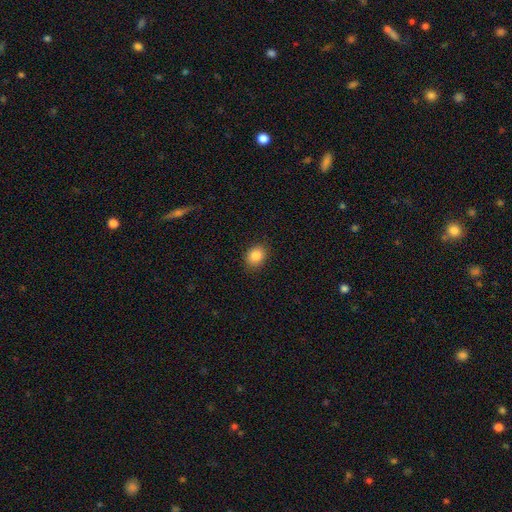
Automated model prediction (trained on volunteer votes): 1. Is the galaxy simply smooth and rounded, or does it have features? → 86% smooth, 9% star or artifact, 5% featured or disk.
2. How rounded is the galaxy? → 52% in between, 47% round, 1% cigar-shaped.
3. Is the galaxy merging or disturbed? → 87% none, 10% minor disturbance, 3% major disturbance, 1% merger.